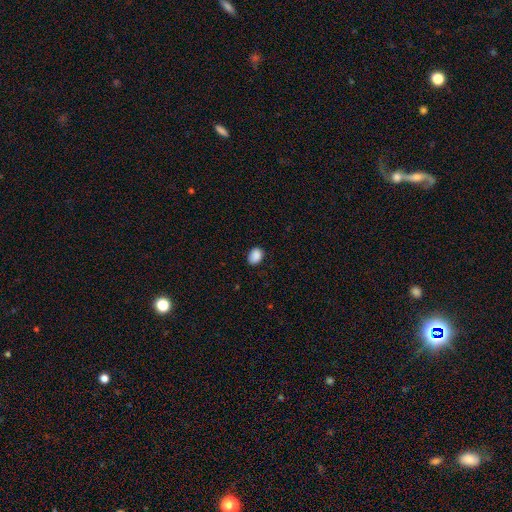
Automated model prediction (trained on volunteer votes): The model was most divided on "how rounded": in between: 75%, round: 24%, cigar-shaped: 1%. More confident: smooth or featured — smooth (89%); merging — none (85%).